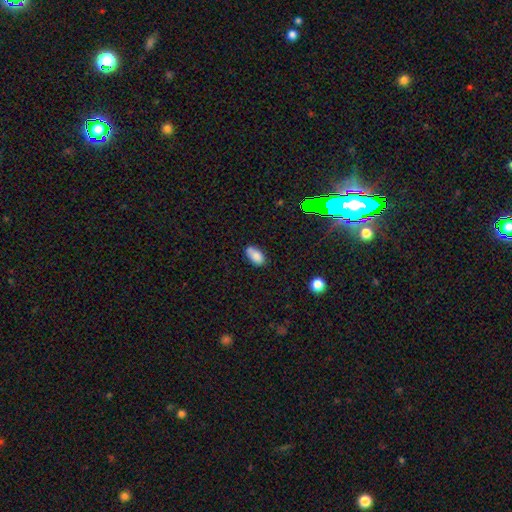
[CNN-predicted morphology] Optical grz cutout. It shows a smooth galaxy with no disk features (82%) that is in between round and cigar-shaped (92%). Merging: none (65%).